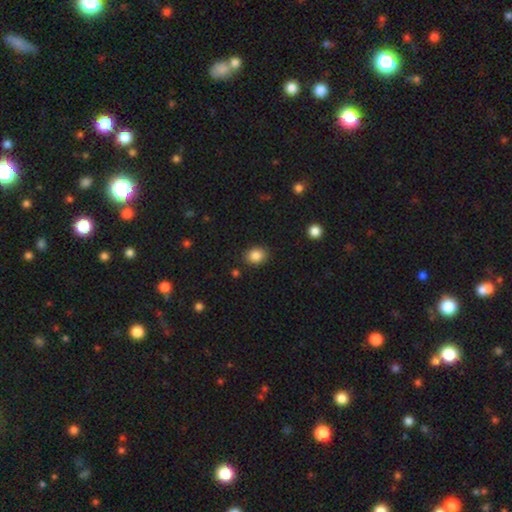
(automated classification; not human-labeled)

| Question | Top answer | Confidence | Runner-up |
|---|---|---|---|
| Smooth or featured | smooth | 86% | star or artifact (9%) |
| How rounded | round | 51% | in between (48%) |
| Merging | none | 87% | minor disturbance (9%) |